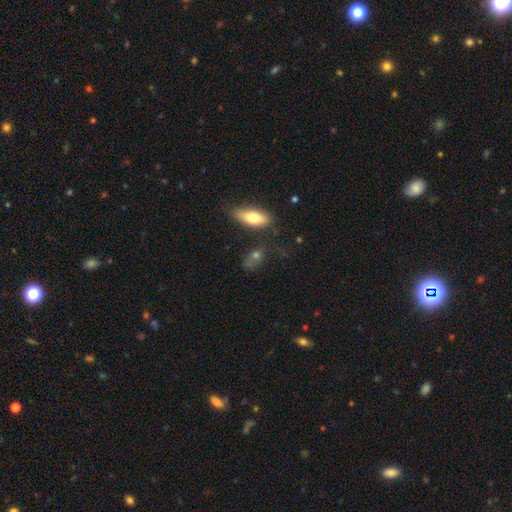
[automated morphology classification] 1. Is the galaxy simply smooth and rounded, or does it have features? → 66% smooth, 20% featured or disk, 13% star or artifact.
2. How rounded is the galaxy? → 69% in between, 18% cigar-shaped, 13% round.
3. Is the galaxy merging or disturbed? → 59% none, 22% minor disturbance, 11% major disturbance, 8% merger.